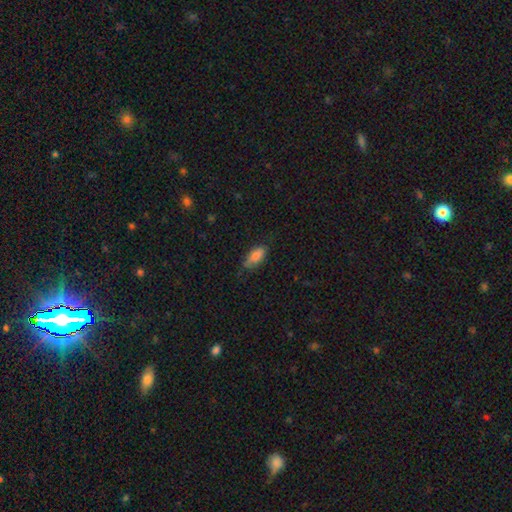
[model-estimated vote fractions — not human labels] Smooth or featured? smooth (82%)
How rounded? in between (86%)
Merging? none (67%)